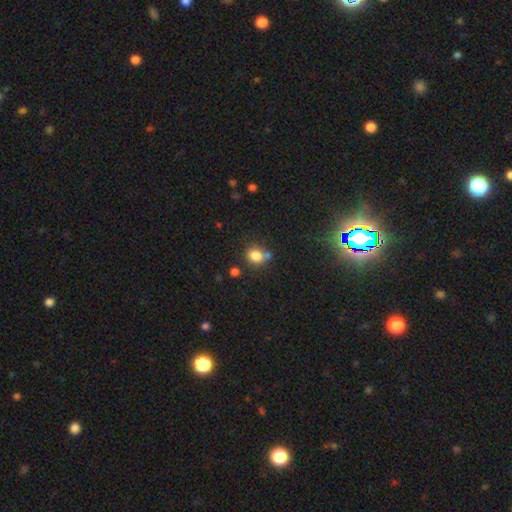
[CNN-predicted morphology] Q: Smooth or featured?
A: smooth (81%); runner-up: star or artifact (12%)
Q: How rounded?
A: round (67%); runner-up: in between (32%)
Q: Merging?
A: none (58%); runner-up: merger (23%)